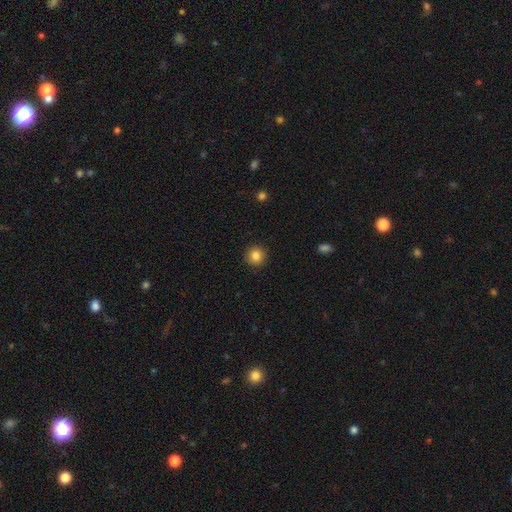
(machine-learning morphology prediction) This is clearly a smooth galaxy (85%). How rounded: clearly round (94%). Merging: clearly none (92%).